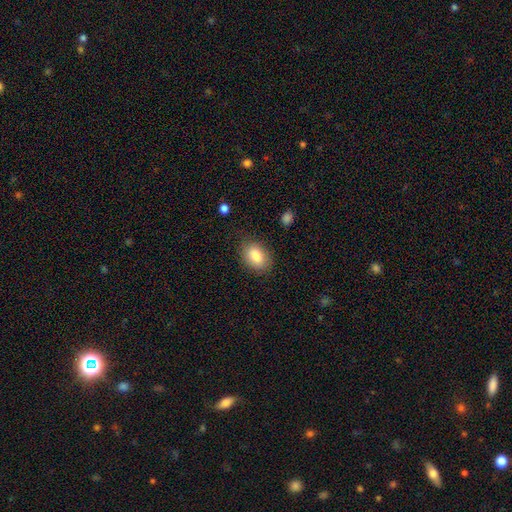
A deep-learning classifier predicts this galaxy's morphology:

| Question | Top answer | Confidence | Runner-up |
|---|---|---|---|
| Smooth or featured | smooth | 83% | featured or disk (10%) |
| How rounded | in between | 84% | round (15%) |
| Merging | none | 82% | minor disturbance (13%) |